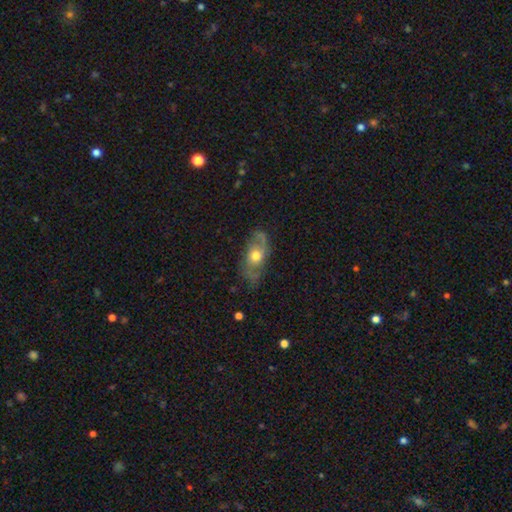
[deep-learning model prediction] Smooth or featured? featured or disk (58%)
Edge-on disk? no (84%)
Merging? none (62%)